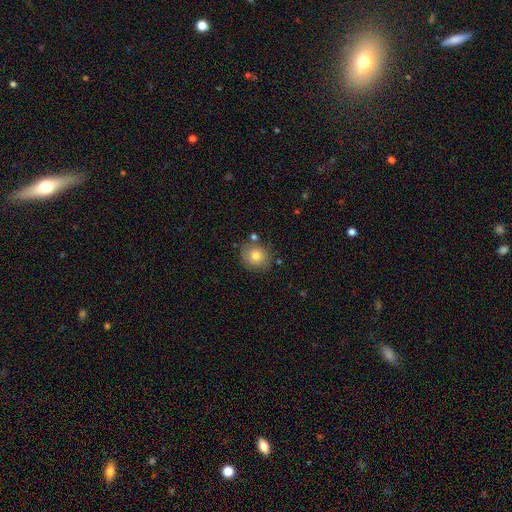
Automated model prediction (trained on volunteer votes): Morphology: type=smooth (79%); roundness=round (84%); merging=none (78%).